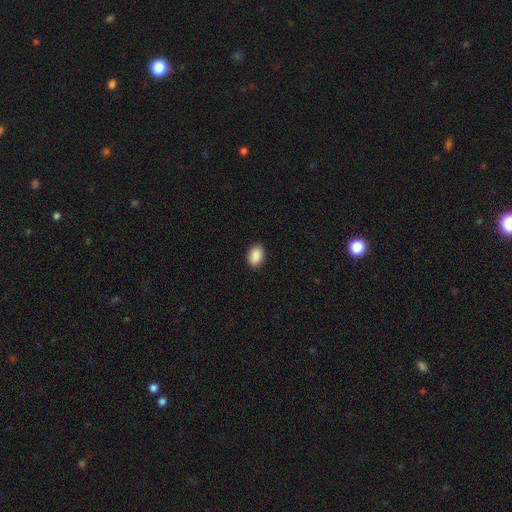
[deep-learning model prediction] Smooth or featured: smooth — 91% (star or artifact — 7%)
How rounded: in between — 84% (round — 15%)
Merging: none — 90% (minor disturbance — 7%)